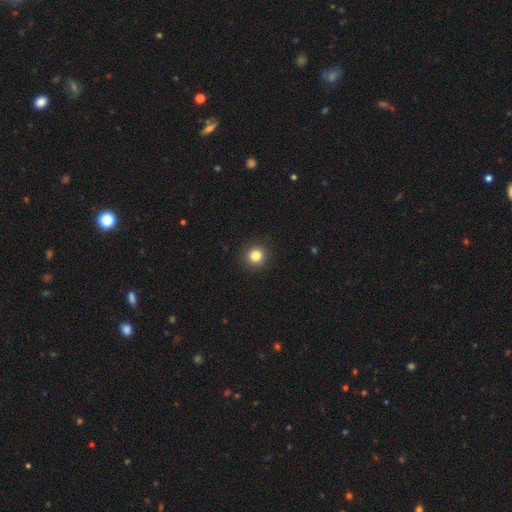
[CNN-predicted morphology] A smooth galaxy with no disk features (83%) that is round (94%).

Vote fractions:
- Smooth or featured? smooth: 83% / star or artifact: 12% / featured or disk: 5%
- How rounded? round: 94% / in between: 5% / cigar-shaped: 1%
- Merging? none: 92% / minor disturbance: 5% / major disturbance: 2% / merger: 1%